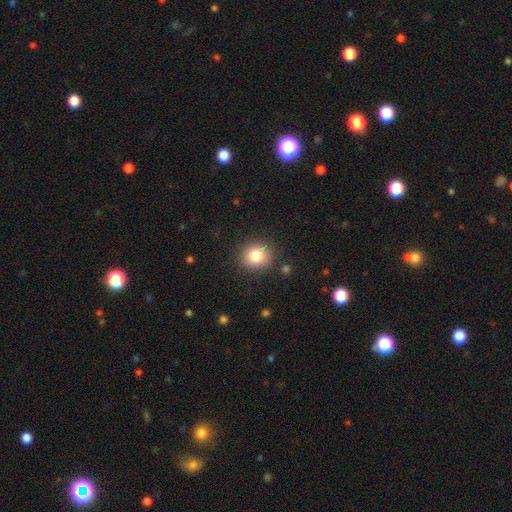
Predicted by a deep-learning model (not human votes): smooth_or_featured: smooth (p=0.81) [alt: star or artifact p=0.11]
how_rounded: round (p=0.83) [alt: in between p=0.16]
merging: none (p=0.87) [alt: minor disturbance p=0.09]